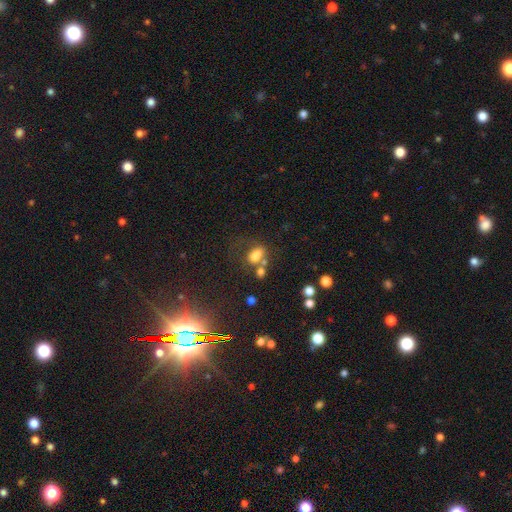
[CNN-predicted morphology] This appears to be a smooth galaxy with no disk features (70%) that is in between round and cigar-shaped (81%). Merging: none (36%).